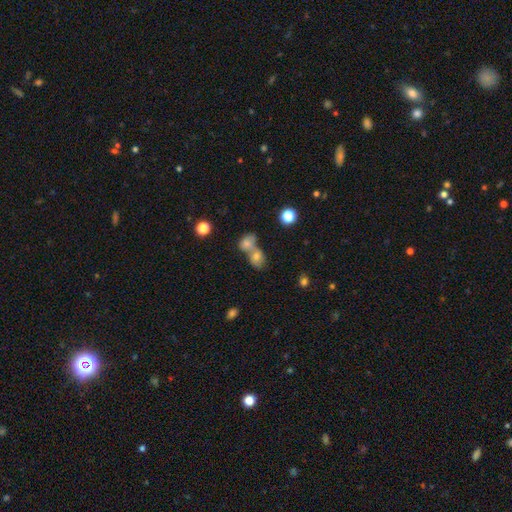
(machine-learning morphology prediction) type=smooth (59%); roundness=round (58%); merging=merger (56%).